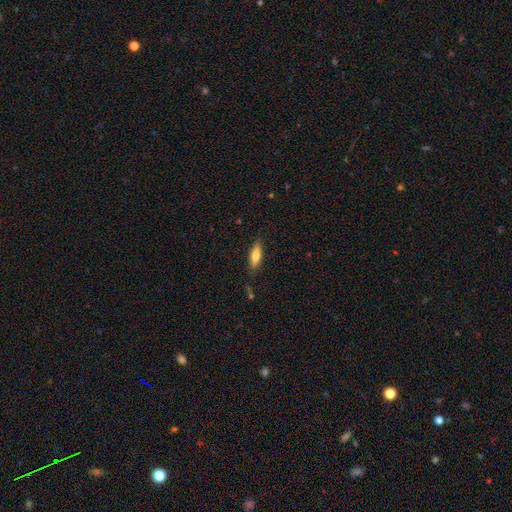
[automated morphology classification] Smooth or featured?
  - smooth: 68% *
  - featured or disk: 25%
  - star or artifact: 6%
How rounded?
  - cigar-shaped: 50% *
  - in between: 48%
  - round: 2%
Merging?
  - none: 84% *
  - minor disturbance: 12%
  - major disturbance: 3%
  - merger: 1%